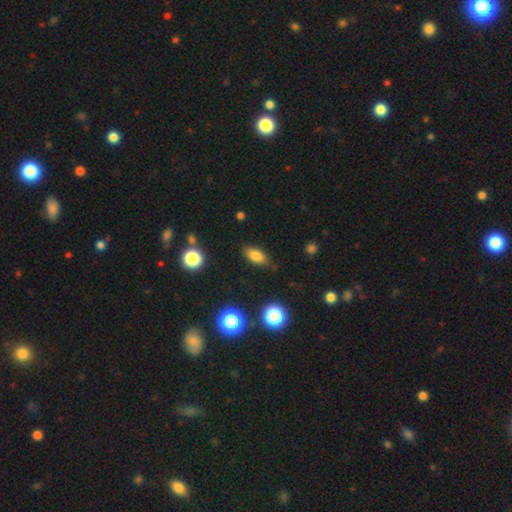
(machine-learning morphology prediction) Smooth or featured? smooth (80%)
How rounded? in between (85%)
Merging? none (80%)